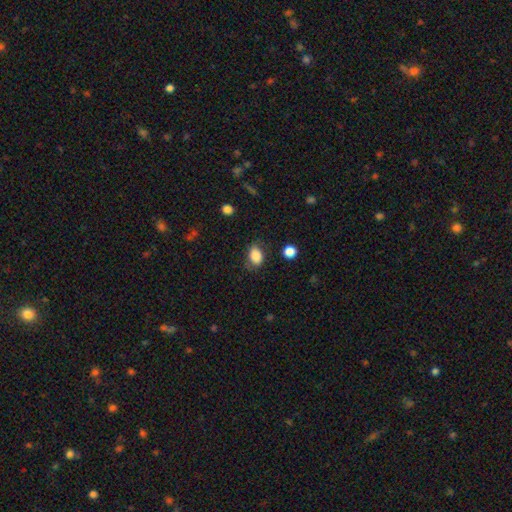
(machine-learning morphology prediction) smooth-or-featured: smooth: 84% | star or artifact: 8% | featured or disk: 8%
  how-rounded: in between: 77% | round: 22% | cigar-shaped: 1%
  merging: none: 70% | minor disturbance: 21% | major disturbance: 7% | merger: 2%